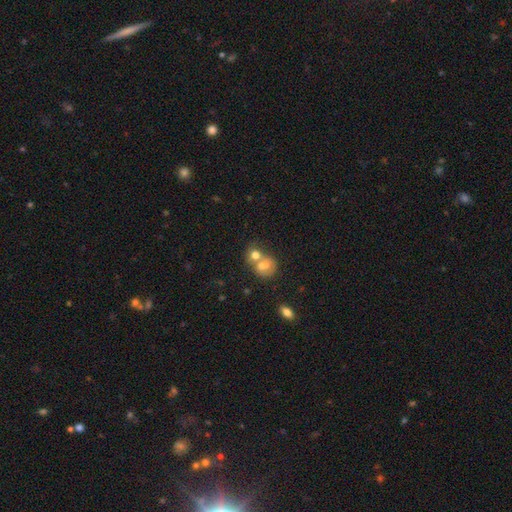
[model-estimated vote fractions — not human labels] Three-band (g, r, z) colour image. It shows a smooth galaxy with no disk features (70%) that is round (55%). Merging: merger (60%).